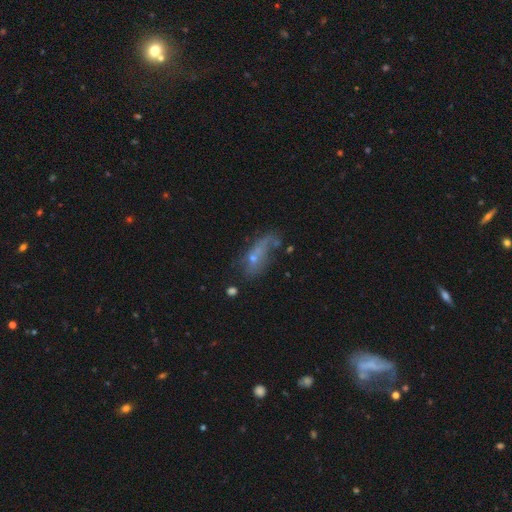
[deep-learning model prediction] Smooth or featured? smooth (42%)
Merging? major disturbance (36%)